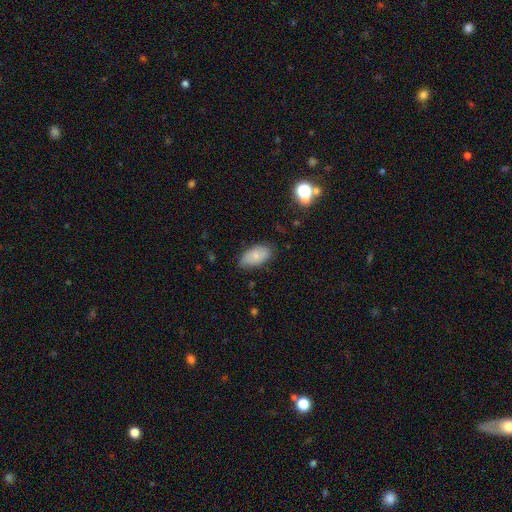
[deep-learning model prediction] Q: Smooth or featured?
A: smooth (76%); runner-up: featured or disk (16%)
Q: How rounded?
A: in between (94%); runner-up: round (3%)
Q: Merging?
A: none (78%); runner-up: minor disturbance (18%)